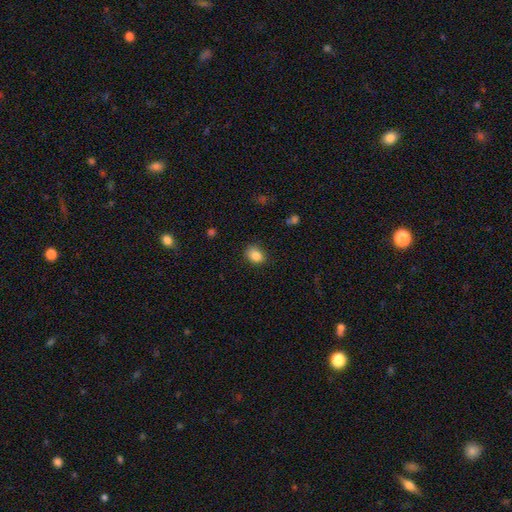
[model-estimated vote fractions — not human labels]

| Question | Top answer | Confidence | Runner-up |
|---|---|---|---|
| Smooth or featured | smooth | 85% | star or artifact (10%) |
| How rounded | in between | 56% | round (43%) |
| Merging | none | 84% | minor disturbance (12%) |